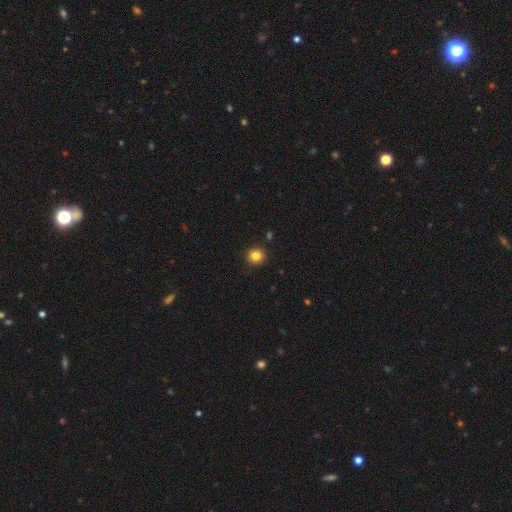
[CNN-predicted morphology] The model was most divided on "smooth or featured": smooth: 84%, star or artifact: 12%, featured or disk: 5%. More confident: merging — none (91%); how rounded — round (91%).